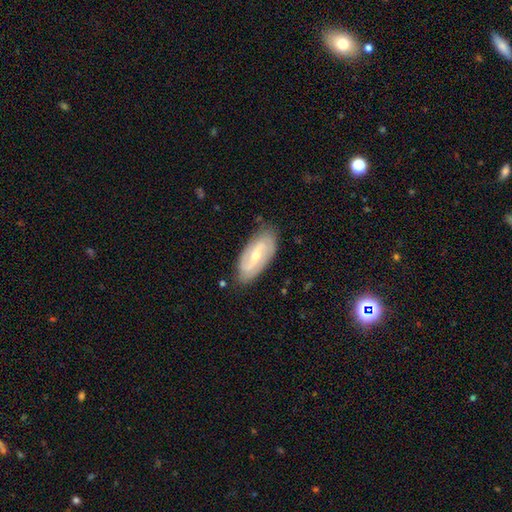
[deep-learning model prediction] Q: Smooth or featured?
A: featured or disk (75%); runner-up: smooth (19%)
Q: Edge-on disk?
A: no (93%); runner-up: yes (7%)
Q: Bar?
A: weak (48%); runner-up: no (29%)
Q: Spiral arms?
A: yes (90%); runner-up: no (10%)
Q: Spiral winding?
A: medium (42%); runner-up: tight (30%)
Q: Spiral arm count?
A: 2 (82%); runner-up: can't tell (11%)
Q: Bulge size?
A: small (53%); runner-up: moderate (43%)
Q: Merging?
A: none (81%); runner-up: minor disturbance (15%)